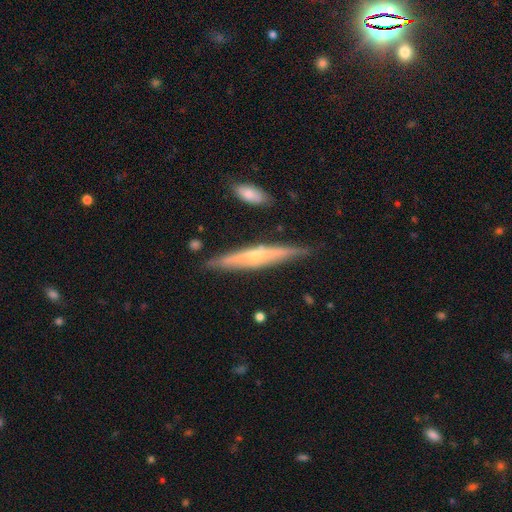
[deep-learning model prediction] The model was most divided on "edge-on bulge": rounded: 58%, none: 33%, boxy: 9%. More confident: edge-on disk — yes (95%); merging — none (85%); smooth or featured — featured or disk (66%).